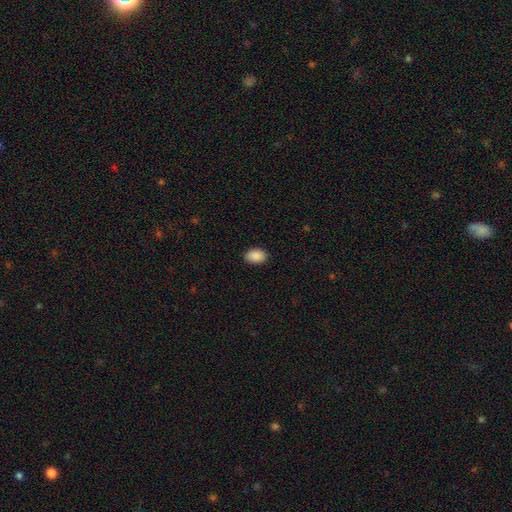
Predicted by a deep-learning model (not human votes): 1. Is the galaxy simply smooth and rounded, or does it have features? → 90% smooth, 7% star or artifact, 3% featured or disk.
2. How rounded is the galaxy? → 88% in between, 11% round, 1% cigar-shaped.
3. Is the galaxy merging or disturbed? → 89% none, 9% minor disturbance, 2% major disturbance, 1% merger.